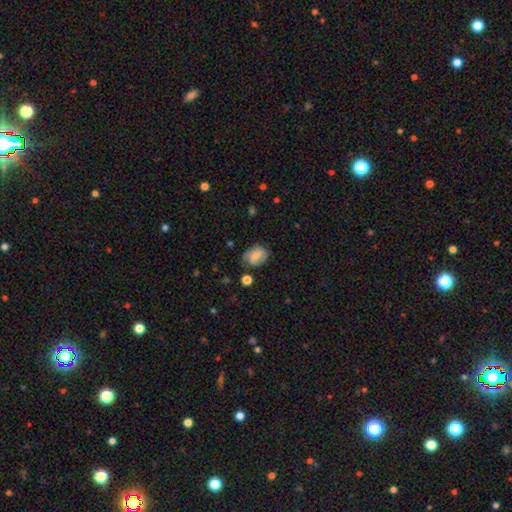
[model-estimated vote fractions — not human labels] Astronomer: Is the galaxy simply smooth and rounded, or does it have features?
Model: smooth — 53% (runner-up: featured or disk, 39%).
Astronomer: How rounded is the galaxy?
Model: in between — 67%.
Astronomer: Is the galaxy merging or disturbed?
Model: none — 64%.